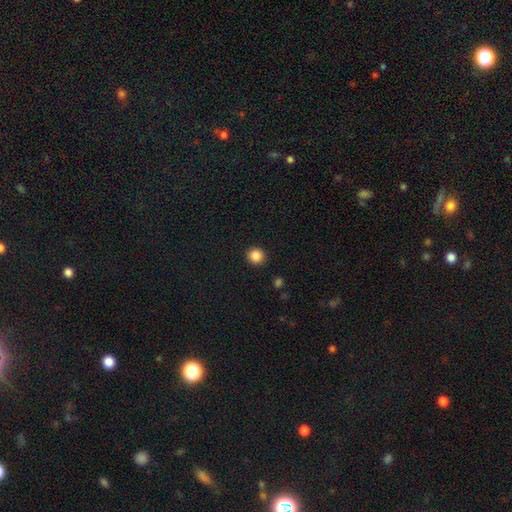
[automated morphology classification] This is clearly a smooth galaxy (87%). How rounded: clearly round (94%). Merging: clearly none (93%).